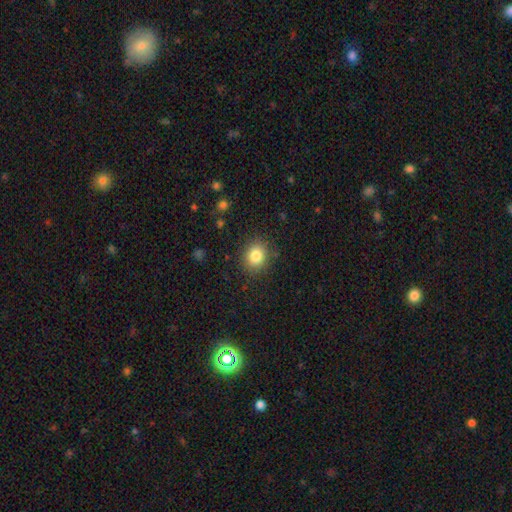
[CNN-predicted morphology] Smooth or featured: smooth — 83% (star or artifact — 10%)
How rounded: round — 68% (in between — 31%)
Merging: none — 87% (minor disturbance — 9%)